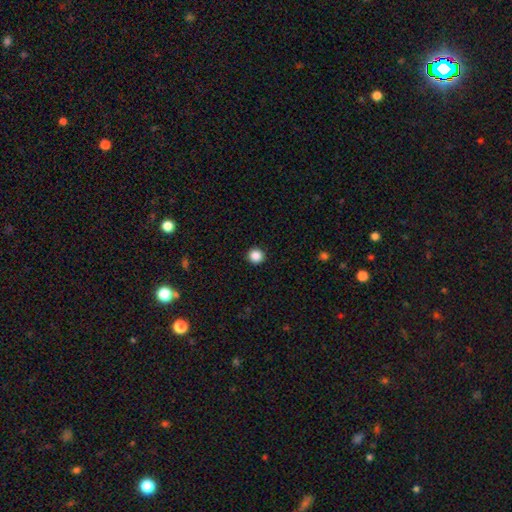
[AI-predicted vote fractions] This appears to be a smooth galaxy with no disk features (88%) that is round (95%). Merging: none (93%).